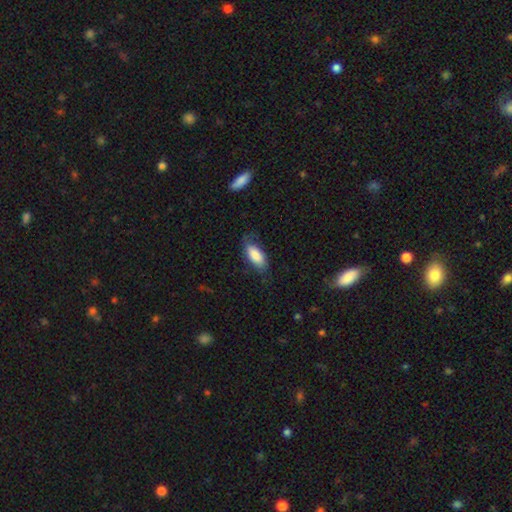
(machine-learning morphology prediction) A smooth galaxy with no disk features (82%) that is in between round and cigar-shaped (87%). Merging: none (64%).